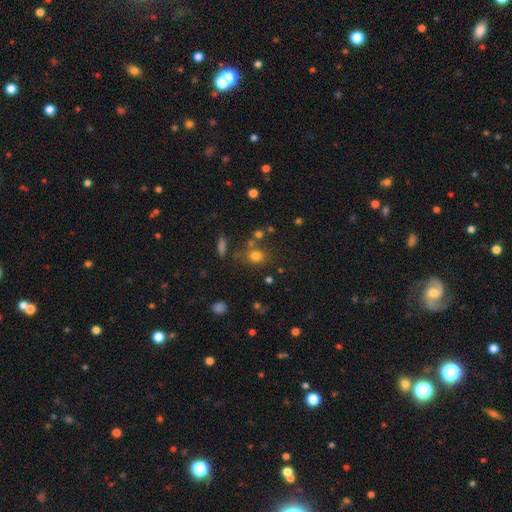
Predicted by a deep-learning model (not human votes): Q: Smooth or featured?
A: smooth (75%); runner-up: star or artifact (16%)
Q: How rounded?
A: round (66%); runner-up: in between (33%)
Q: Merging?
A: none (69%); runner-up: merger (13%)